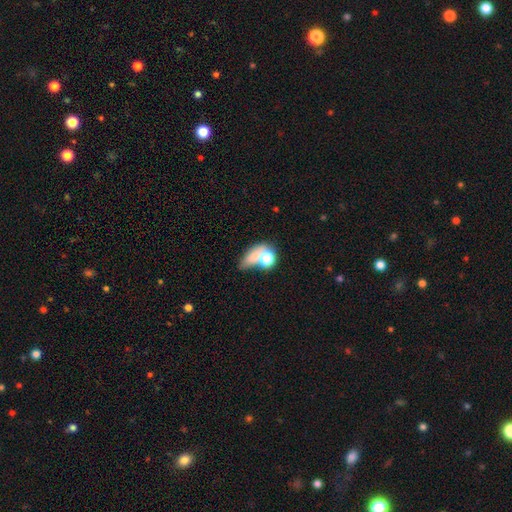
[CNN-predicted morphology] A smooth galaxy with no disk features (64%) that is in between round and cigar-shaped (58%).

Vote fractions:
- Smooth or featured? smooth: 64% / featured or disk: 22% / star or artifact: 14%
- How rounded? in between: 58% / round: 35% / cigar-shaped: 7%
- Merging? merger: 43% / none: 26% / major disturbance: 18% / minor disturbance: 13%